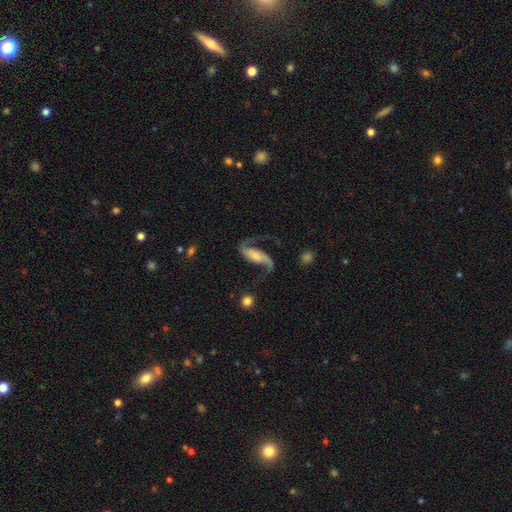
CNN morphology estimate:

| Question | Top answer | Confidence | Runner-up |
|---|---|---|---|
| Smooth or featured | featured or disk | 87% | smooth (8%) |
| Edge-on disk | no | 95% | yes (5%) |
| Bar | strong | 39% | no (32%) |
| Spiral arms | yes | 97% | no (3%) |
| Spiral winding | loose | 74% | medium (21%) |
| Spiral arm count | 2 | 92% | 1 (4%) |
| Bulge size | small | 50% | moderate (24%) |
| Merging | none | 66% | major disturbance (16%) |